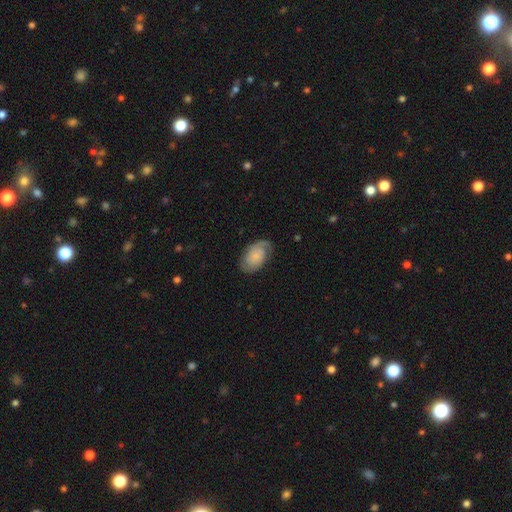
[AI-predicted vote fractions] This appears to be a featured or disk galaxy (61%) with no bar (75%), 2 (72%) tight (46%) spiral arms (91%) and a small central bulge (46%). Merging: none (72%).